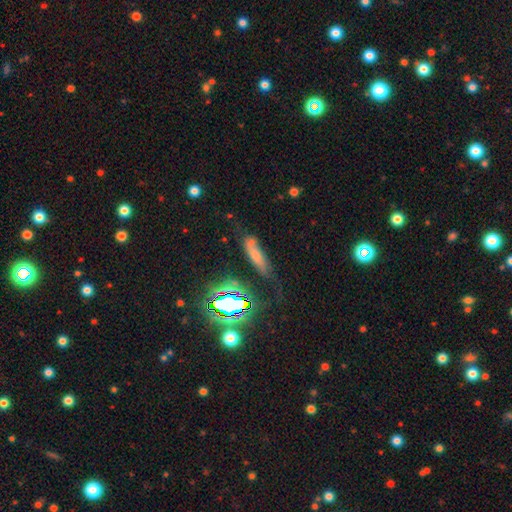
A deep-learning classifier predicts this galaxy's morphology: This is possibly a smooth galaxy (54%). How rounded: possibly cigar-shaped (58%). Merging: possibly none (50%).